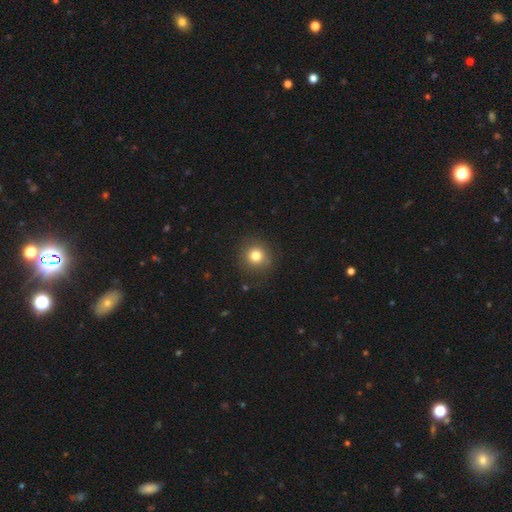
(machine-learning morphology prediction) A smooth galaxy with no disk features (80%) that is round (92%).

Vote fractions:
- Smooth or featured? smooth: 80% / star or artifact: 12% / featured or disk: 8%
- How rounded? round: 92% / in between: 7% / cigar-shaped: 1%
- Merging? none: 87% / minor disturbance: 9% / major disturbance: 3% / merger: 1%